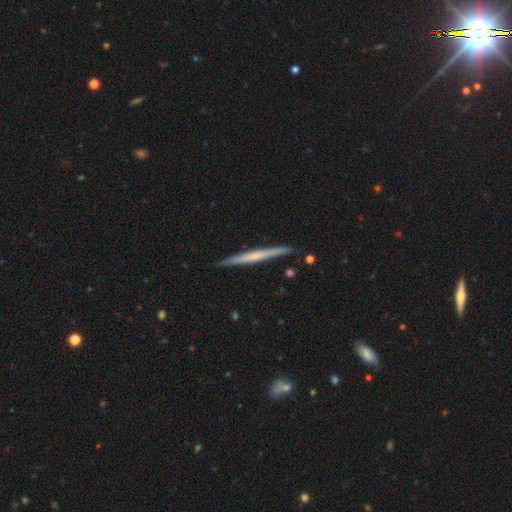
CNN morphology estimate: Overall: featured or disk (57%; smooth 38%). Edge-on disk: yes (98%). Edge-on bulge: none (74%). Merging: none (91%).